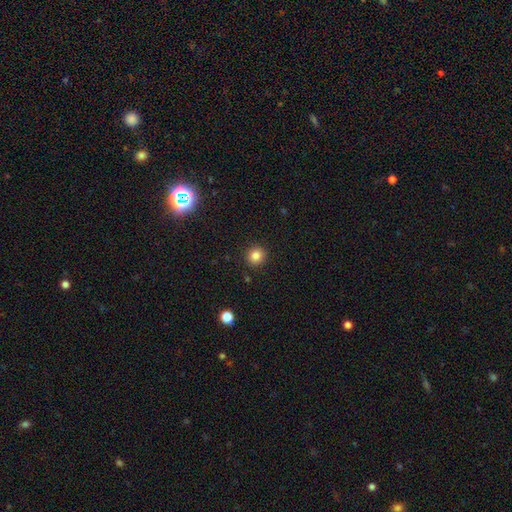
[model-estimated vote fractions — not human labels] Smooth or featured: smooth — 83% (star or artifact — 12%)
How rounded: round — 90% (in between — 9%)
Merging: none — 91% (minor disturbance — 6%)